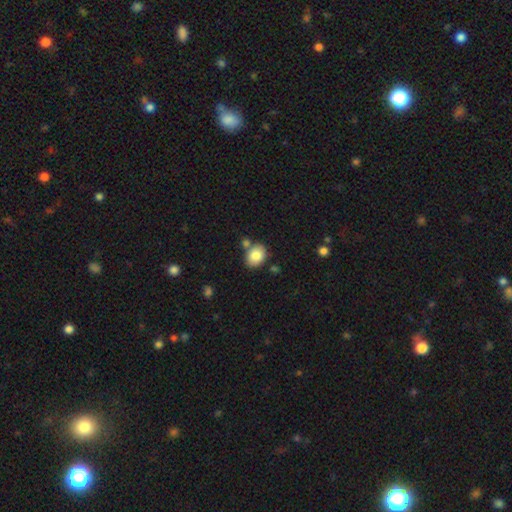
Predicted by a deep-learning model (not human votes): Smooth or featured? smooth (83%)
How rounded? in between (59%)
Merging? none (70%)